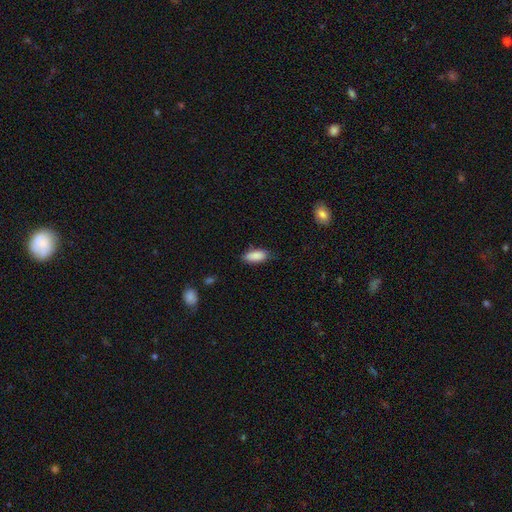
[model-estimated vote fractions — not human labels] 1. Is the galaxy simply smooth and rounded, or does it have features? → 89% smooth, 7% star or artifact, 4% featured or disk.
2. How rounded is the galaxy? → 84% in between, 14% cigar-shaped, 2% round.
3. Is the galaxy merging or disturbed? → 79% none, 17% minor disturbance, 3% major disturbance, 1% merger.